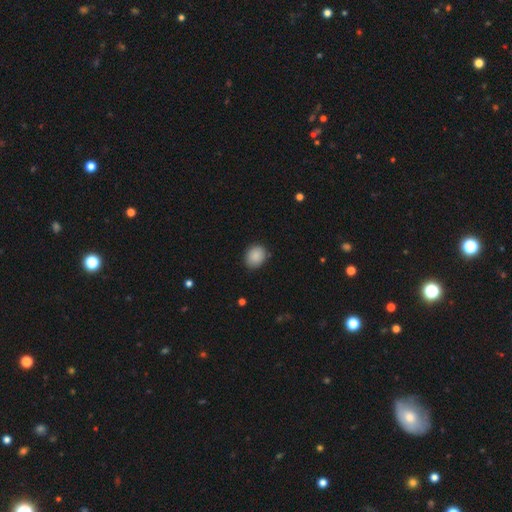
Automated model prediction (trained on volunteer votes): A smooth galaxy with no disk features (88%) that is round (52%). Merging: none (81%).